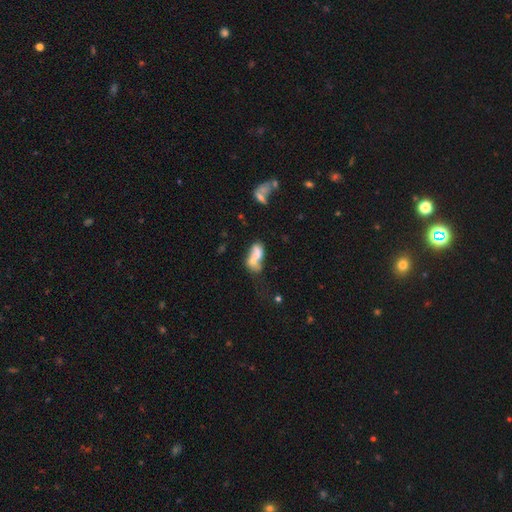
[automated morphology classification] Smooth or featured? Predicted: smooth (p=0.56). How rounded? Predicted: in between (p=0.80). Merging? Predicted: merger (p=0.66).